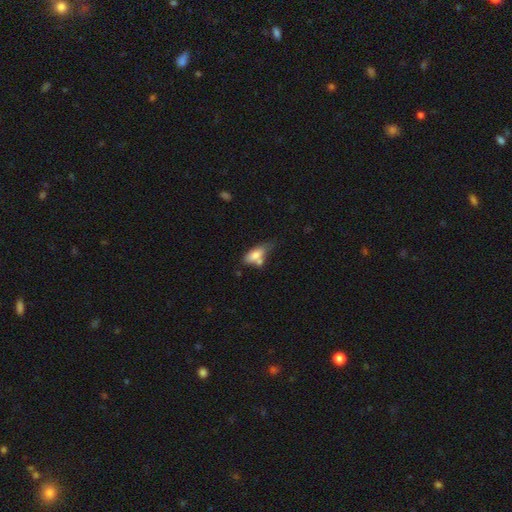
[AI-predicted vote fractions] smooth_or_featured: smooth (p=0.74) [alt: featured or disk p=0.18]
how_rounded: in between (p=0.79) [alt: cigar-shaped p=0.17]
merging: none (p=0.38) [alt: merger p=0.26]